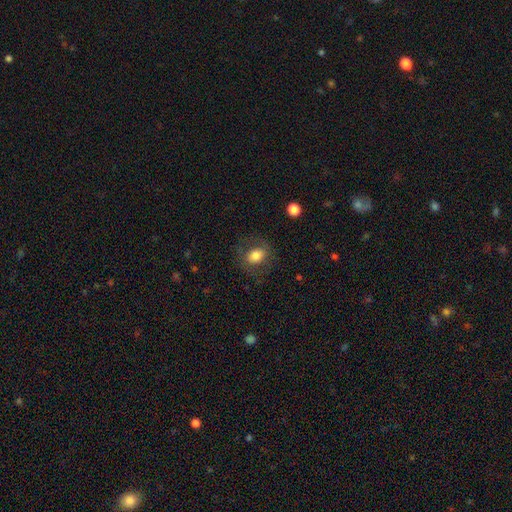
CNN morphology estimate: Overall: smooth (73%). How rounded: in between (55%; round 44%). Merging: none (74%).